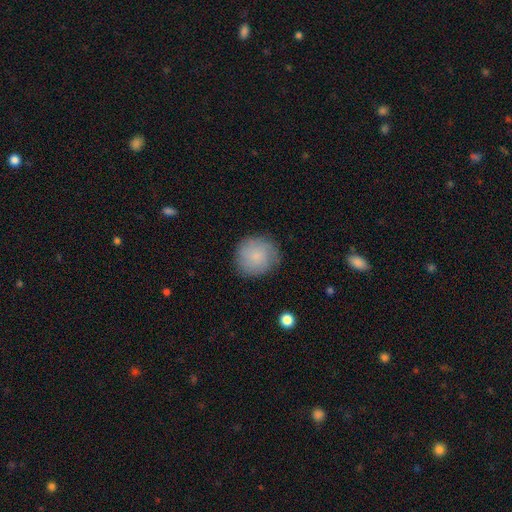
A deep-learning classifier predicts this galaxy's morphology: smooth_or_featured: smooth (p=0.78) [alt: featured or disk p=0.15]
how_rounded: round (p=0.90) [alt: in between p=0.09]
merging: none (p=0.83) [alt: minor disturbance p=0.13]